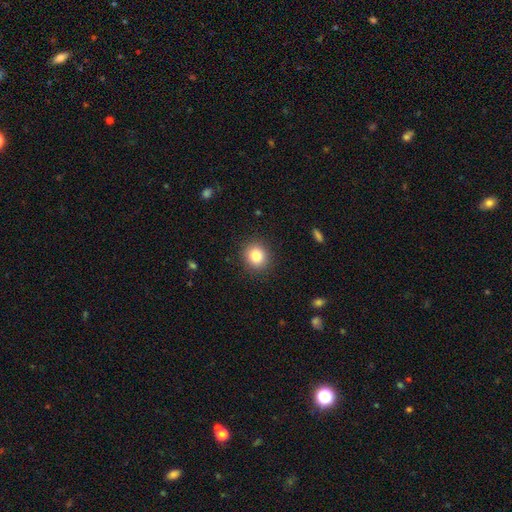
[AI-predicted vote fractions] Smooth or featured?
  - smooth: 83% *
  - star or artifact: 10%
  - featured or disk: 7%
How rounded?
  - round: 81% *
  - in between: 18%
  - cigar-shaped: 1%
Merging?
  - none: 90% *
  - minor disturbance: 7%
  - major disturbance: 2%
  - merger: 1%